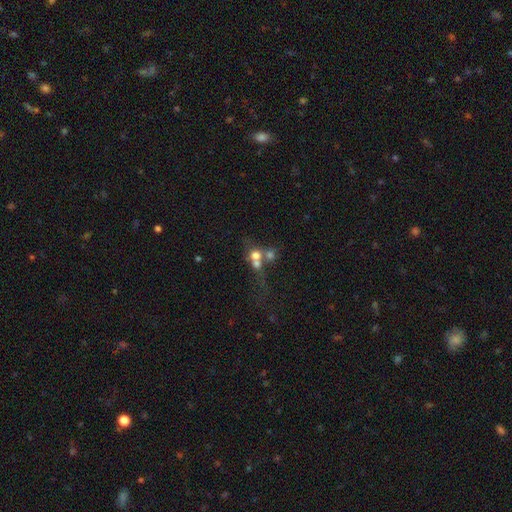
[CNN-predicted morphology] Smooth or featured?
  - smooth: 60% *
  - featured or disk: 25%
  - star or artifact: 15%
How rounded?
  - round: 75% *
  - in between: 23%
  - cigar-shaped: 3%
Merging?
  - merger: 64% *
  - none: 22%
  - major disturbance: 8%
  - minor disturbance: 6%